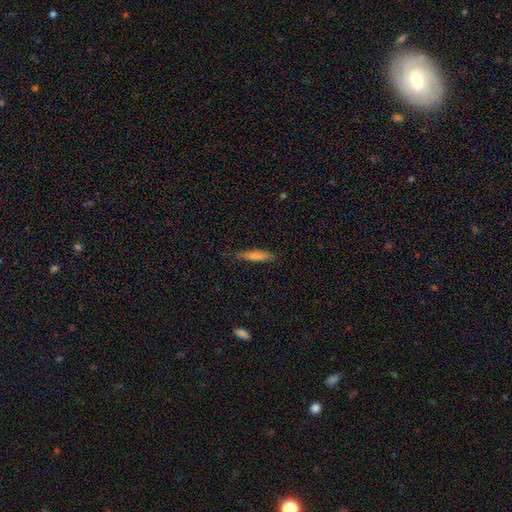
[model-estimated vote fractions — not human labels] A smooth galaxy with no disk features (50%) that is cigar-shaped (90%).

Vote fractions:
- Smooth or featured? smooth: 50% / featured or disk: 43% / star or artifact: 7%
- How rounded? cigar-shaped: 90% / in between: 9% / round: 2%
- Merging? none: 85% / minor disturbance: 12% / major disturbance: 2% / merger: 1%